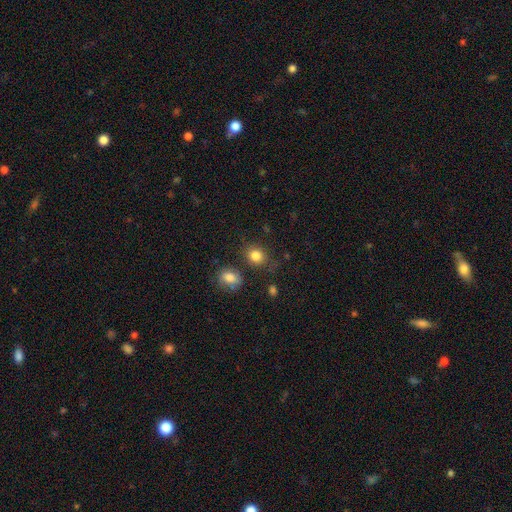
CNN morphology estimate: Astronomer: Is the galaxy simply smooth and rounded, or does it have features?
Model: smooth — 83%.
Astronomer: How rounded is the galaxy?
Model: round — 68%.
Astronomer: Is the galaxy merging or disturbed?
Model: none — 76%.